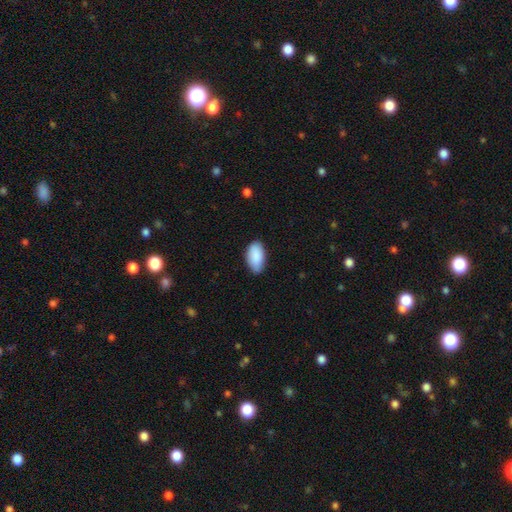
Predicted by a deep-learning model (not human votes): Q: Smooth or featured?
A: smooth (90%); runner-up: star or artifact (6%)
Q: How rounded?
A: in between (95%); runner-up: cigar-shaped (3%)
Q: Merging?
A: none (78%); runner-up: minor disturbance (18%)